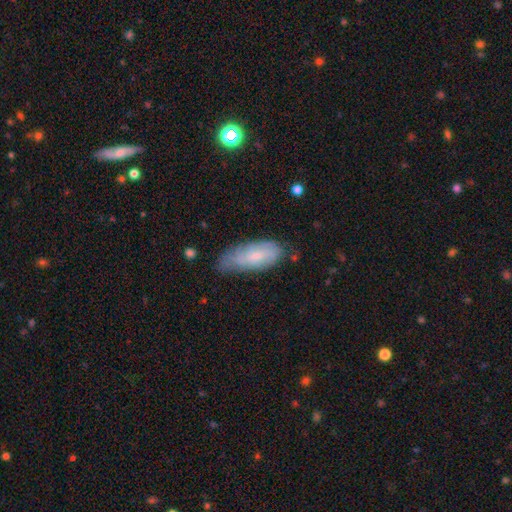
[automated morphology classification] Smooth or featured?
  - smooth: 59% *
  - featured or disk: 34%
  - star or artifact: 7%
How rounded?
  - in between: 77% *
  - cigar-shaped: 21%
  - round: 2%
Merging?
  - none: 50% *
  - minor disturbance: 37%
  - major disturbance: 10%
  - merger: 2%